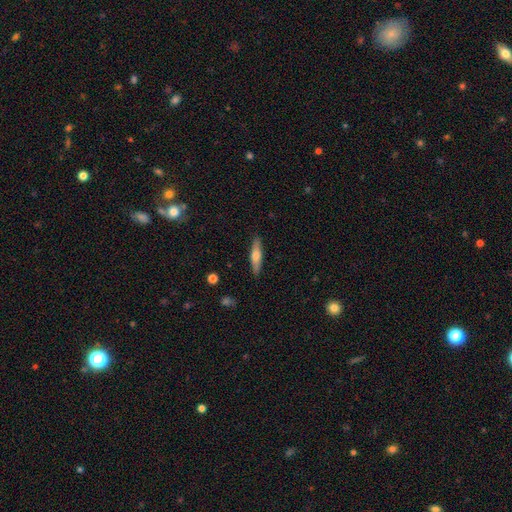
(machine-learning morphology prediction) This is possibly a smooth galaxy (58%). How rounded: likely cigar-shaped (77%). Merging: clearly none (89%).